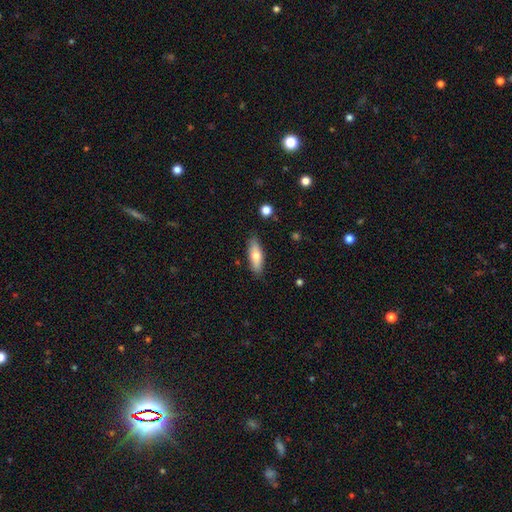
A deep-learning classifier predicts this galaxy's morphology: A smooth galaxy with no disk features (67%) that is in between round and cigar-shaped (57%).

Vote fractions:
- Smooth or featured? smooth: 67% / featured or disk: 27% / star or artifact: 6%
- How rounded? in between: 57% / cigar-shaped: 40% / round: 2%
- Merging? none: 86% / minor disturbance: 11% / major disturbance: 2% / merger: 2%